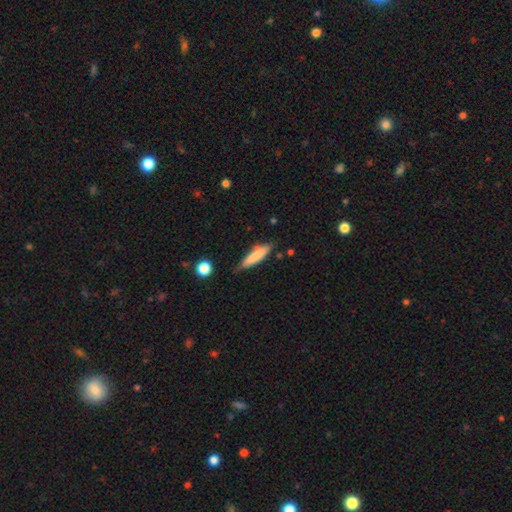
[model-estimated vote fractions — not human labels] Smooth or featured: smooth — 73% (featured or disk — 21%)
How rounded: cigar-shaped — 77% (in between — 21%)
Merging: none — 68% (minor disturbance — 23%)